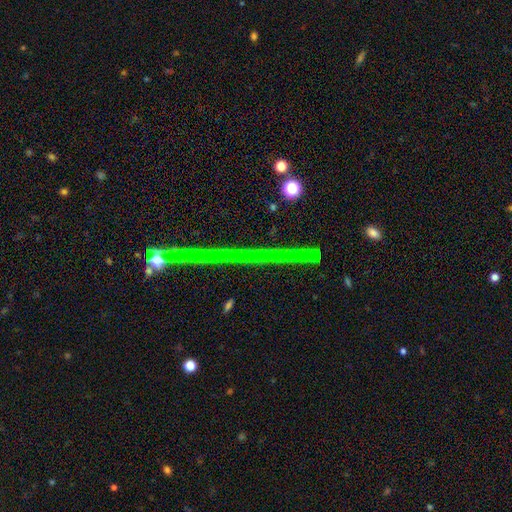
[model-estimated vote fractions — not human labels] A star or artifact, not a galaxy (75%).

Vote fractions:
- Smooth or featured? star or artifact: 75% / featured or disk: 17% / smooth: 8%